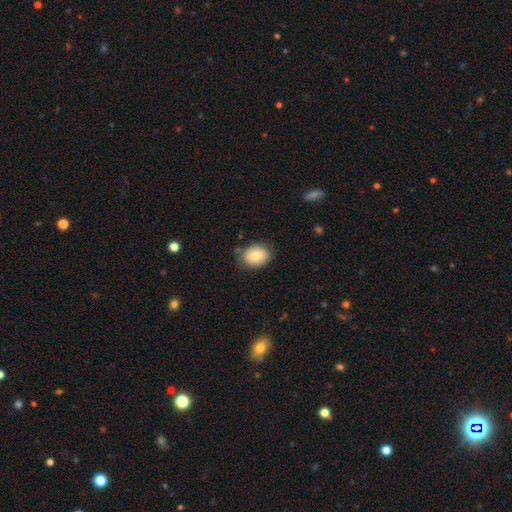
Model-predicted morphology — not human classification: A smooth galaxy with no disk features (79%) that is in between round and cigar-shaped (61%). Merging: none (78%).